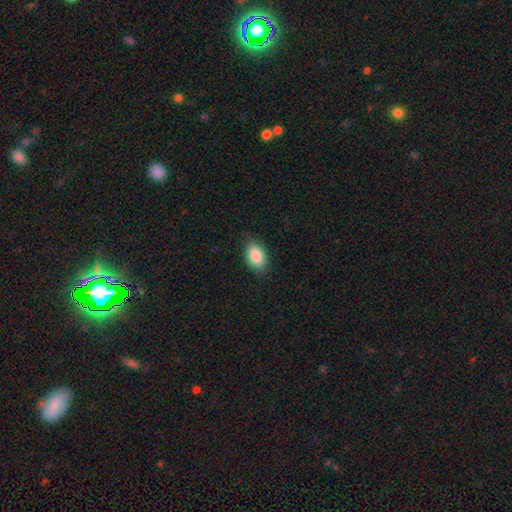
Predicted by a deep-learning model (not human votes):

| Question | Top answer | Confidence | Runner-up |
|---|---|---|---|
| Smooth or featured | smooth | 88% | star or artifact (7%) |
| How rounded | in between | 91% | round (8%) |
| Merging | none | 83% | minor disturbance (14%) |